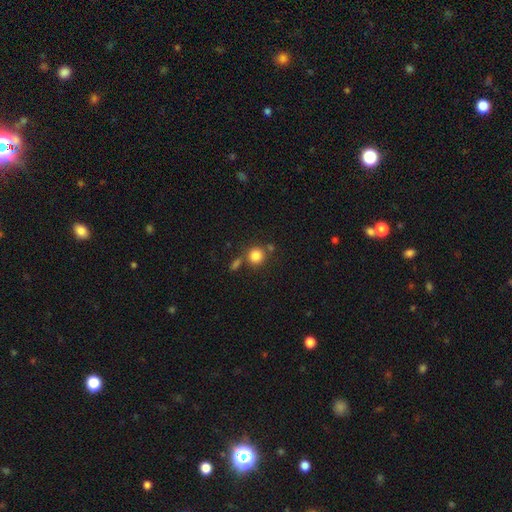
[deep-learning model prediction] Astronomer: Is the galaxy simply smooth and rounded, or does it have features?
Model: smooth — 83%.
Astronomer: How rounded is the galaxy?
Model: round — 89%.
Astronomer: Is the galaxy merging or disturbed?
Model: none — 68%.